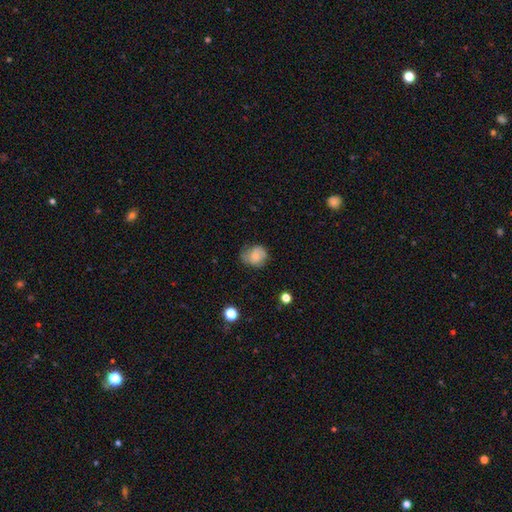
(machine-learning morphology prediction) Smooth or featured: smooth — 62% (featured or disk — 29%)
How rounded: round — 66% (in between — 33%)
Merging: none — 61% (minor disturbance — 28%)